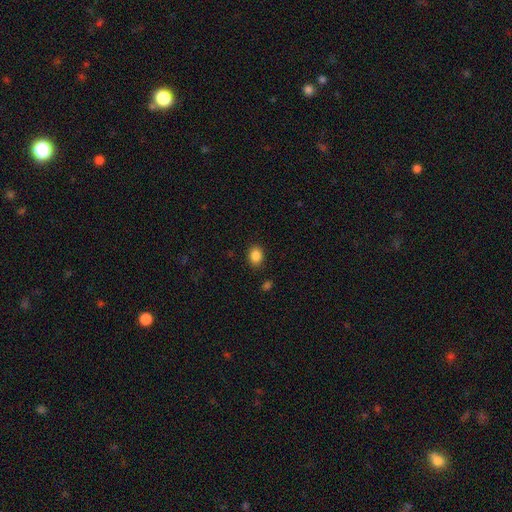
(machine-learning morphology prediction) smooth_or_featured: smooth (p=0.86) [alt: star or artifact p=0.10]
how_rounded: in between (p=0.52) [alt: round p=0.47]
merging: none (p=0.87) [alt: minor disturbance p=0.09]